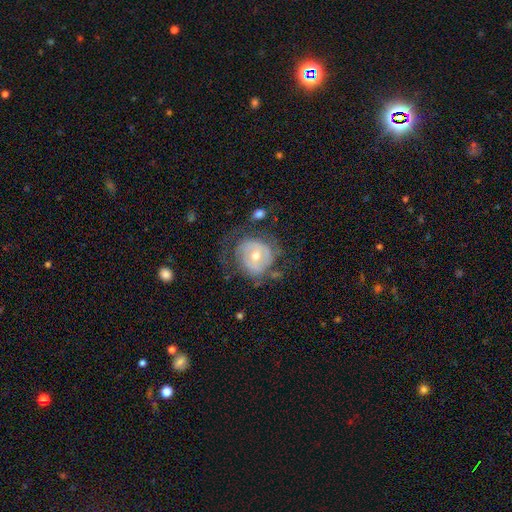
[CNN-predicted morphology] smooth_or_featured: featured or disk (p=0.65) [alt: smooth p=0.28]
disk_edge_on: no (p=0.96) [alt: yes p=0.04]
bar: no (p=0.54) [alt: weak p=0.34]
has_spiral_arms: yes (p=0.62) [alt: no p=0.38]
bulge_size: moderate (p=0.55) [alt: small p=0.40]
merging: none (p=0.52) [alt: major disturbance p=0.24]